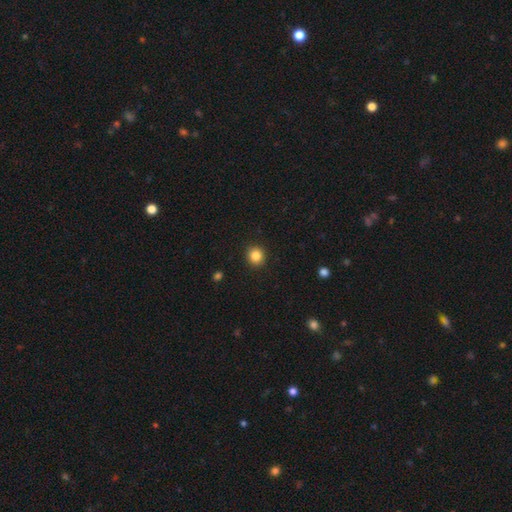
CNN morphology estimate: smooth-or-featured: smooth: 85% | star or artifact: 11% | featured or disk: 5%
  how-rounded: round: 88% | in between: 11% | cigar-shaped: 1%
  merging: none: 92% | minor disturbance: 5% | major disturbance: 2% | merger: 1%